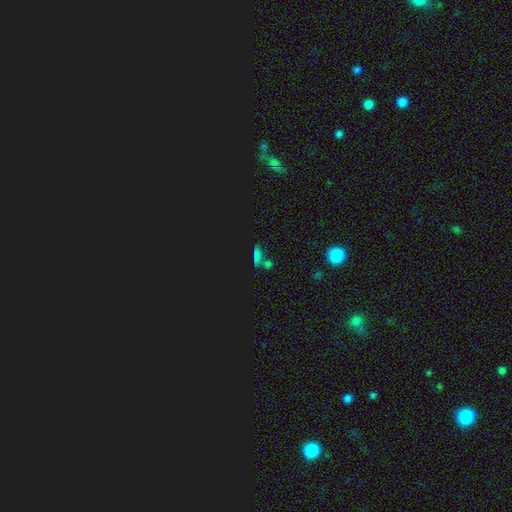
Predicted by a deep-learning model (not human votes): A star or artifact, not a galaxy (61%).

Vote fractions:
- Smooth or featured? star or artifact: 61% / smooth: 29% / featured or disk: 10%